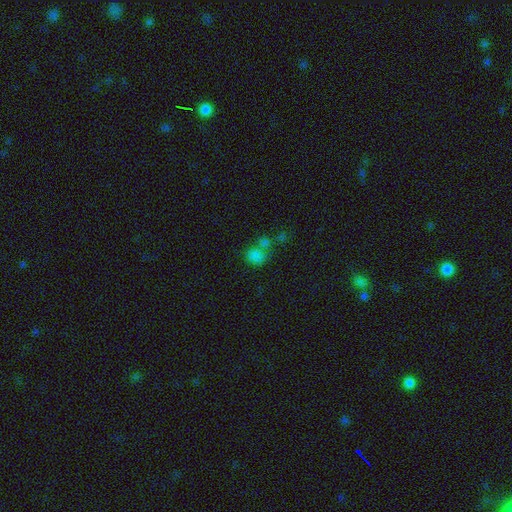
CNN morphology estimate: Q: Smooth or featured?
A: smooth (74%); runner-up: star or artifact (18%)
Q: How rounded?
A: round (63%); runner-up: in between (36%)
Q: Merging?
A: none (46%); runner-up: merger (37%)